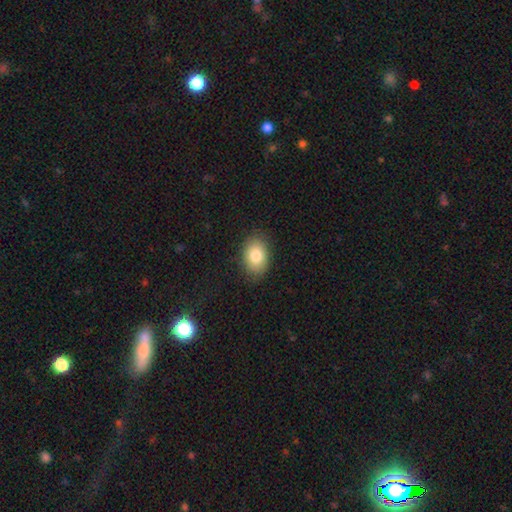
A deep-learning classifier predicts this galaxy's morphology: A smooth galaxy with no disk features (80%) that is in between round and cigar-shaped (78%). Merging: none (86%).